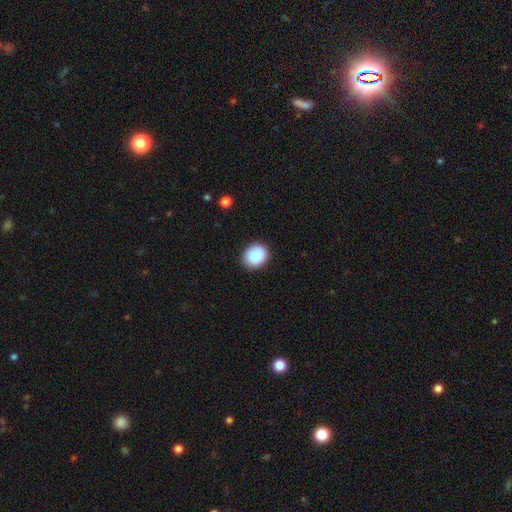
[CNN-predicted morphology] smooth-or-featured: smooth: 89% | star or artifact: 7% | featured or disk: 4%
  how-rounded: round: 67% | in between: 32% | cigar-shaped: 1%
  merging: none: 86% | minor disturbance: 10% | major disturbance: 2% | merger: 1%